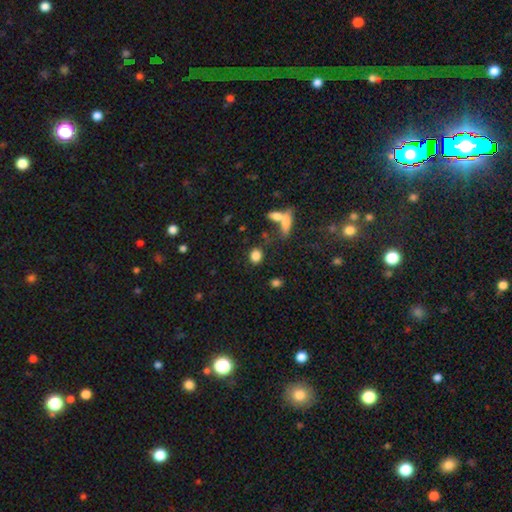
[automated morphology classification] smooth-or-featured: smooth: 83% | star or artifact: 10% | featured or disk: 6%
  how-rounded: round: 59% | in between: 39% | cigar-shaped: 3%
  merging: none: 75% | minor disturbance: 12% | merger: 9% | major disturbance: 5%